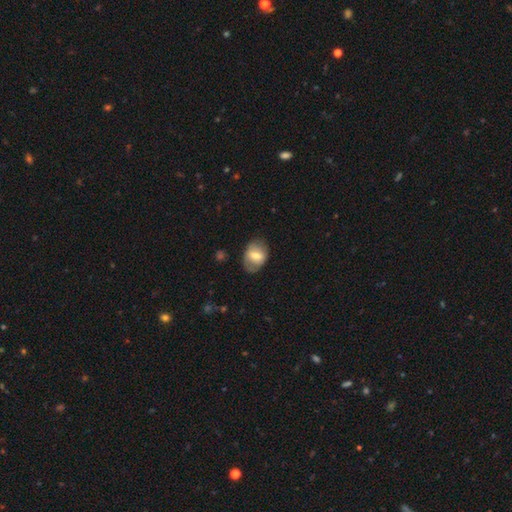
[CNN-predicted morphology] Smooth or featured? Predicted: smooth (p=0.58). How rounded? Predicted: in between (p=0.76). Merging? Predicted: none (p=0.69).